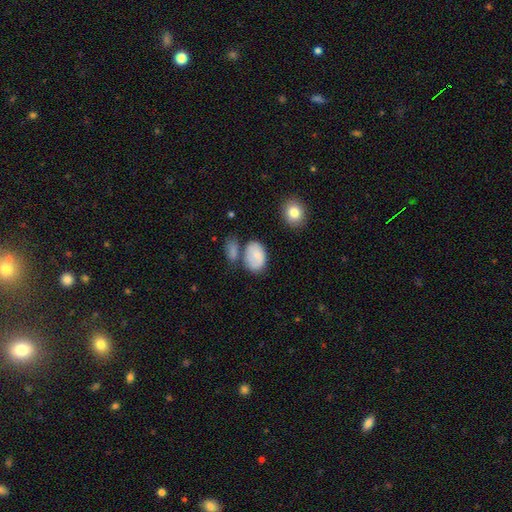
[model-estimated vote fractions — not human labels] Morphology: type=smooth (76%); roundness=in between (87%); merging=none (52%).